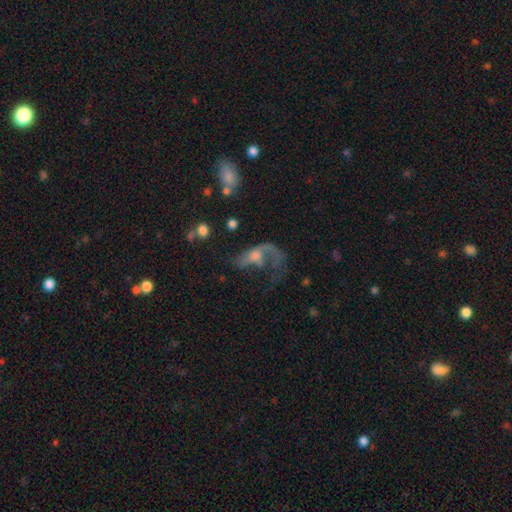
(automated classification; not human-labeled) Overall: featured or disk (66%). Edge-on disk: no (92%). Bar: no (66%; weak 26%). Spiral arms: yes (72%). Bulge size: moderate (40%; small 37%). Merging: major disturbance (54%; none 26%).